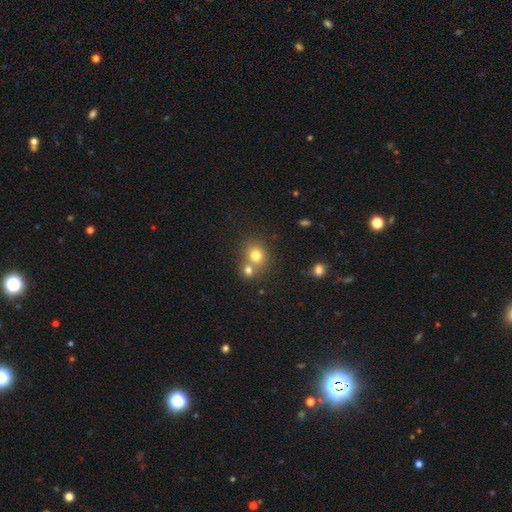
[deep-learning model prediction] smooth_or_featured: smooth (p=0.77) [alt: star or artifact p=0.13]
how_rounded: round (p=0.82) [alt: in between p=0.17]
merging: none (p=0.51) [alt: merger p=0.39]